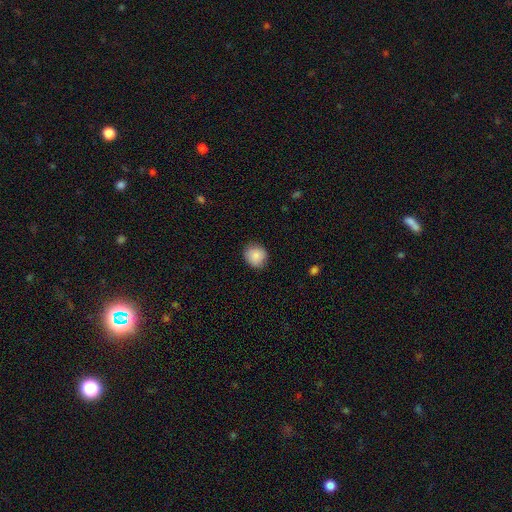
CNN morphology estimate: This is clearly a smooth galaxy (88%). How rounded: clearly round (84%). Merging: clearly none (86%).